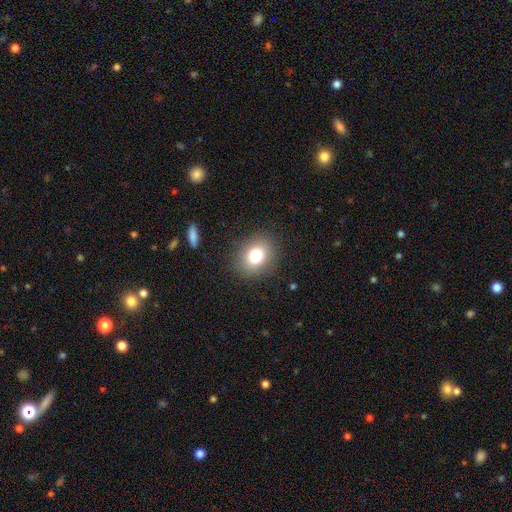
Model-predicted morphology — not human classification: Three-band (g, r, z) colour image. It shows a smooth galaxy with no disk features (79%) that is round (52%). Merging: none (86%).